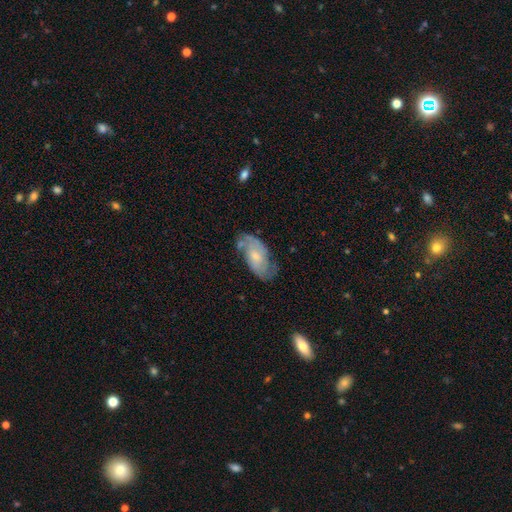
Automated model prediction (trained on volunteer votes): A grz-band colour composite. It shows a featured or disk galaxy (67%) with no bar (63%), 2 (72%) medium (43%) spiral arms (88%) and a small central bulge (55%). Merging: none (62%).